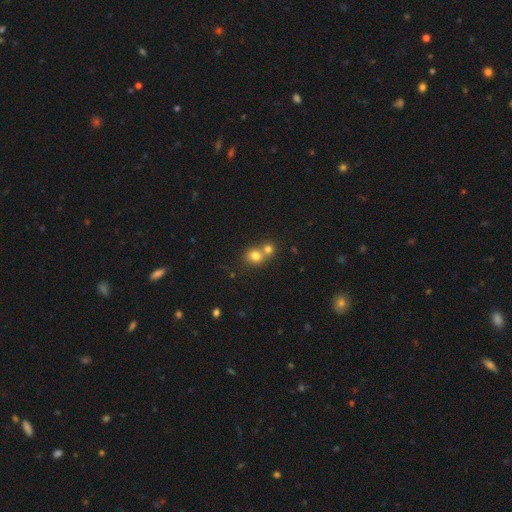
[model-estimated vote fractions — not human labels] A smooth galaxy with no disk features (77%) that is round (78%). Merging: merger (55%).